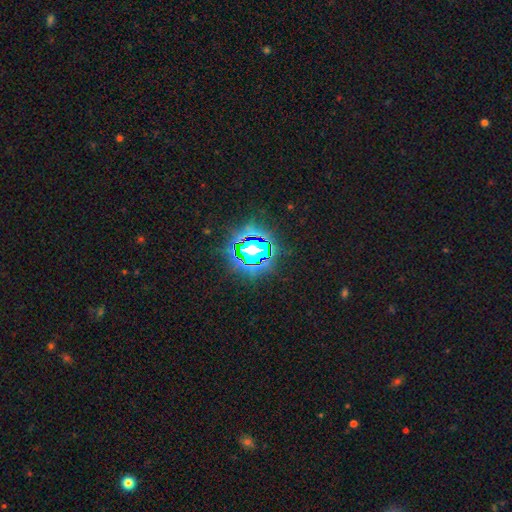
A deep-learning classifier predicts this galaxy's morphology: Smooth or featured? Predicted: star or artifact (p=0.81).